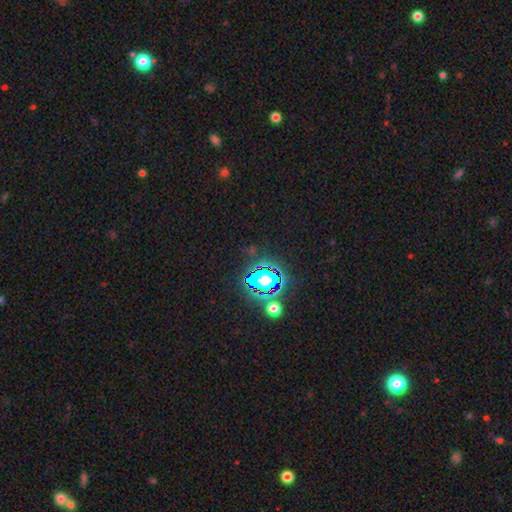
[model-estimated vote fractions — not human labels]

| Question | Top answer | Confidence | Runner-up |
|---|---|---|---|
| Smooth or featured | star or artifact | 81% | smooth (12%) |